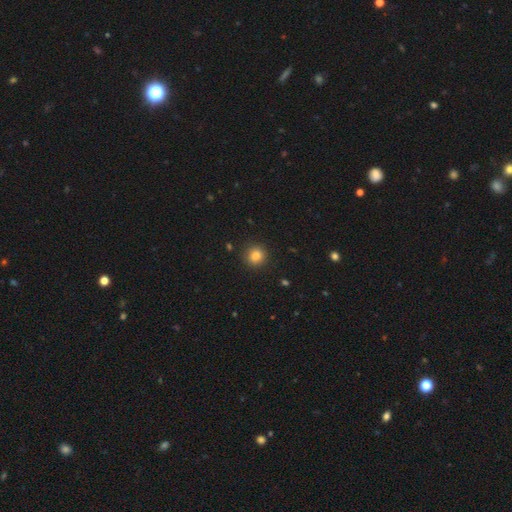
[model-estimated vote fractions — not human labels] Morphology: type=smooth (83%); roundness=round (90%); merging=none (90%).